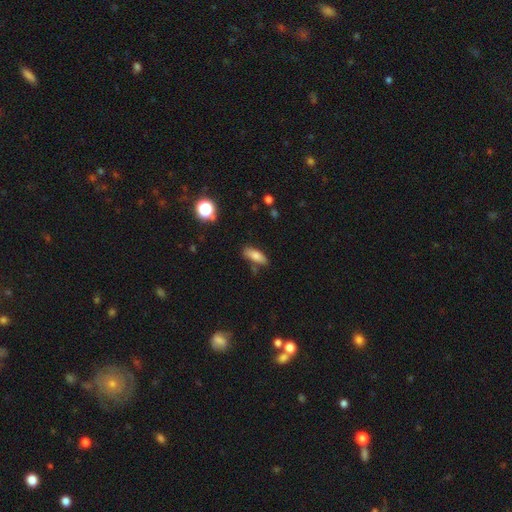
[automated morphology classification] type=smooth (76%); roundness=in between (65%); merging=none (73%).